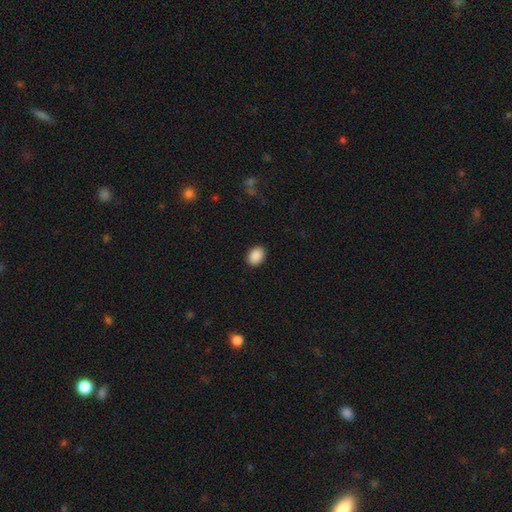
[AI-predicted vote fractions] Smooth or featured? Predicted: smooth (p=0.90). How rounded? Predicted: in between (p=0.74). Merging? Predicted: none (p=0.90).